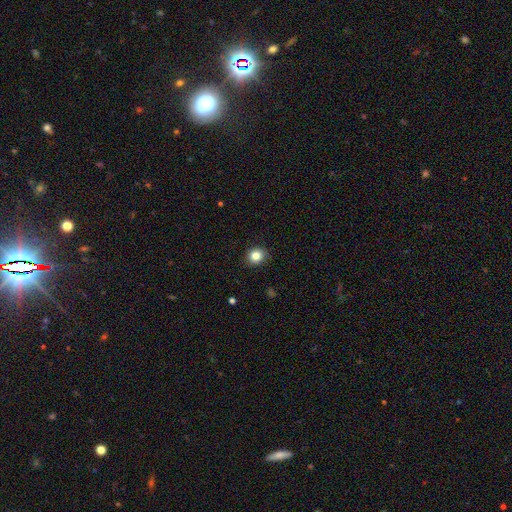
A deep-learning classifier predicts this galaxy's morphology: Smooth or featured? smooth (83%)
How rounded? round (78%)
Merging? none (89%)